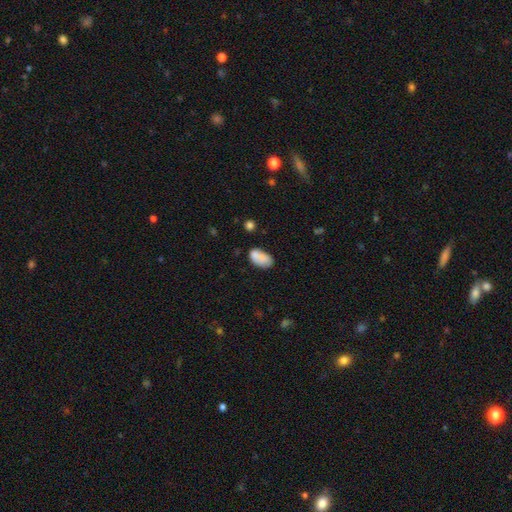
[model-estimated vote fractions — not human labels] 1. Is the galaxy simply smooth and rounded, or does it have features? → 78% smooth, 14% featured or disk, 8% star or artifact.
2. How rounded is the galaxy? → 91% in between, 7% round, 2% cigar-shaped.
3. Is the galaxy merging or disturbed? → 49% none, 25% minor disturbance, 17% merger, 8% major disturbance.